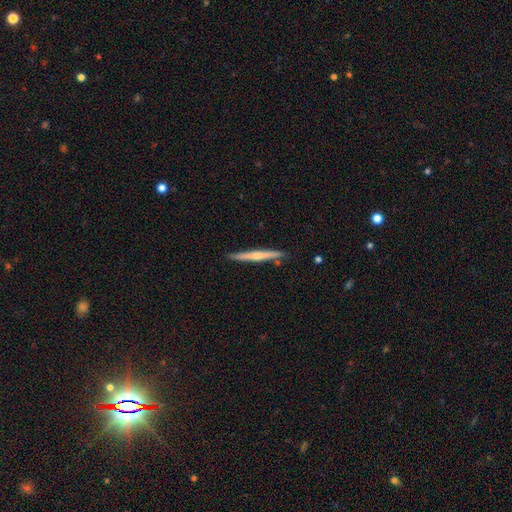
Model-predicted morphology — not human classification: Q: Smooth or featured?
A: featured or disk (67%); runner-up: smooth (27%)
Q: Edge-on disk?
A: yes (98%); runner-up: no (2%)
Q: Edge-on bulge?
A: rounded (74%); runner-up: none (21%)
Q: Merging?
A: none (90%); runner-up: minor disturbance (7%)